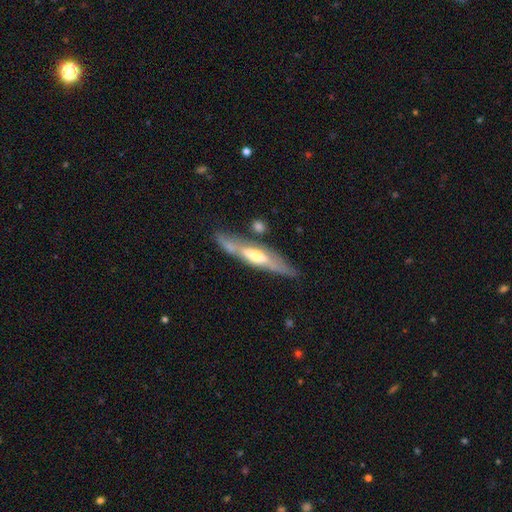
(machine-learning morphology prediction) The model was most divided on "smooth or featured": featured or disk: 64%, smooth: 31%, star or artifact: 5%. More confident: edge-on disk — yes (76%); merging — none (70%).